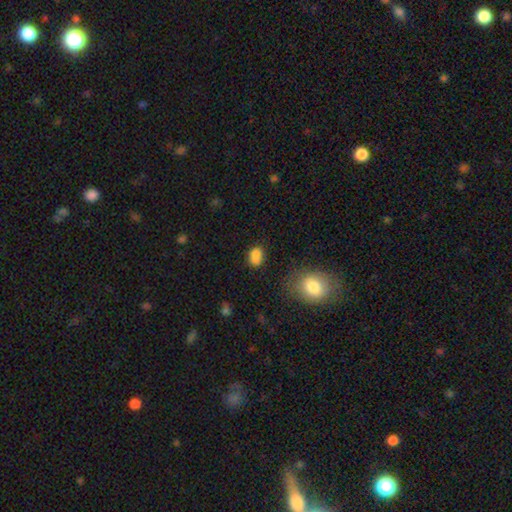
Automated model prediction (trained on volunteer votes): Overall: smooth (75%). How rounded: in between (52%; round 46%). Merging: merger (42%; none 39%).